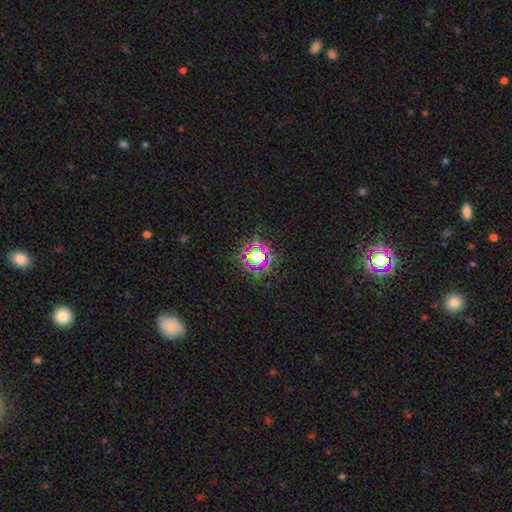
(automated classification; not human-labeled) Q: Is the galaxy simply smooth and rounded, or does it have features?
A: star or artifact — 62%.